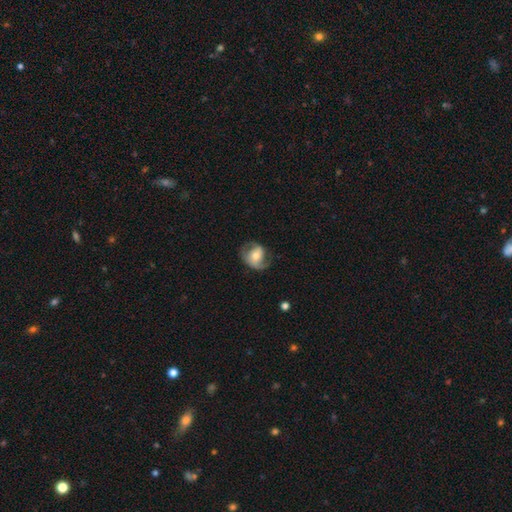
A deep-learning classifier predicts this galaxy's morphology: smooth_or_featured: featured or disk (p=0.54) [alt: smooth p=0.39]
disk_edge_on: no (p=0.96) [alt: yes p=0.04]
bar: no (p=0.51) [alt: weak p=0.31]
has_spiral_arms: yes (p=0.73) [alt: no p=0.27]
bulge_size: moderate (p=0.59) [alt: small p=0.28]
merging: none (p=0.51) [alt: minor disturbance p=0.25]